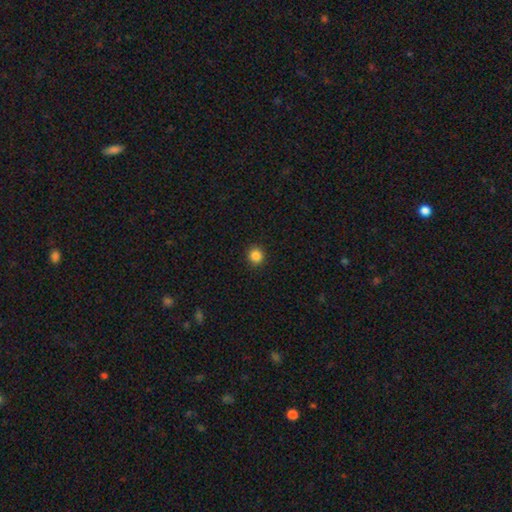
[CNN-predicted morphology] Smooth or featured?
  - smooth: 85% *
  - star or artifact: 11%
  - featured or disk: 4%
How rounded?
  - round: 91% *
  - in between: 8%
  - cigar-shaped: 1%
Merging?
  - none: 93% *
  - minor disturbance: 5%
  - major disturbance: 2%
  - merger: 1%